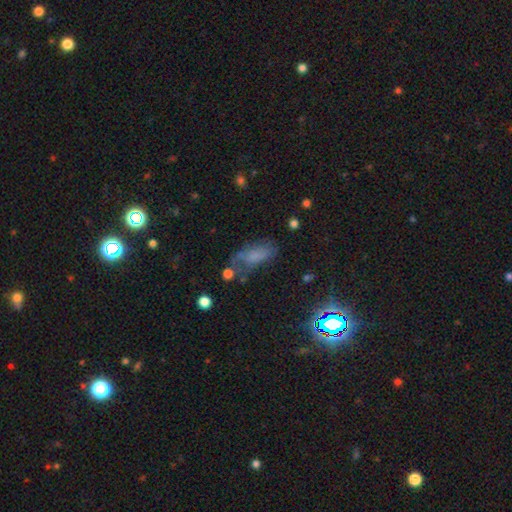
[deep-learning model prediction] smooth_or_featured: smooth (p=0.58) [alt: featured or disk p=0.24]
how_rounded: in between (p=0.80) [alt: cigar-shaped p=0.14]
merging: none (p=0.41) [alt: minor disturbance p=0.28]